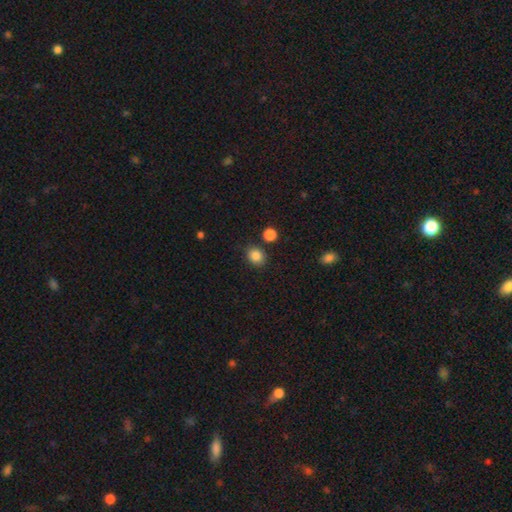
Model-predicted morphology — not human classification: A smooth galaxy with no disk features (86%) that is round (62%).

Vote fractions:
- Smooth or featured? smooth: 86% / star or artifact: 10% / featured or disk: 4%
- How rounded? round: 62% / in between: 37% / cigar-shaped: 1%
- Merging? none: 83% / minor disturbance: 9% / merger: 5% / major disturbance: 3%